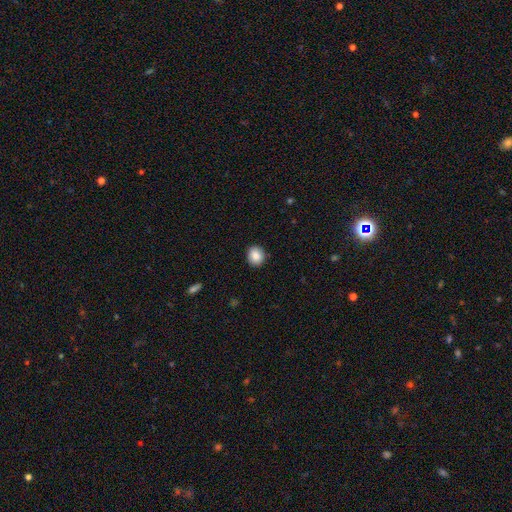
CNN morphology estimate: Smooth or featured: smooth — 88% (star or artifact — 8%)
How rounded: round — 75% (in between — 24%)
Merging: none — 90% (minor disturbance — 7%)